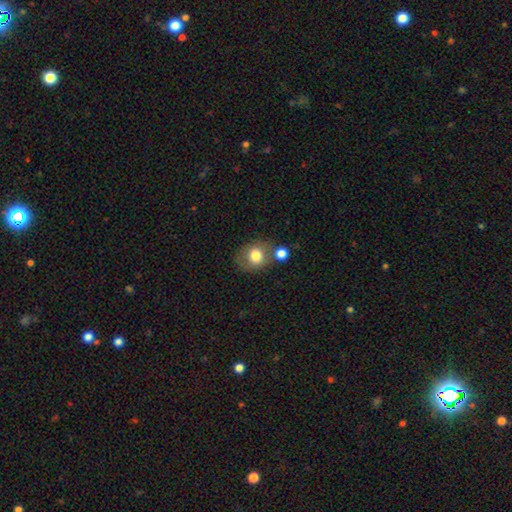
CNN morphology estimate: smooth_or_featured: smooth (p=0.78) [alt: featured or disk p=0.13]
how_rounded: round (p=0.62) [alt: in between p=0.37]
merging: none (p=0.60) [alt: merger p=0.19]